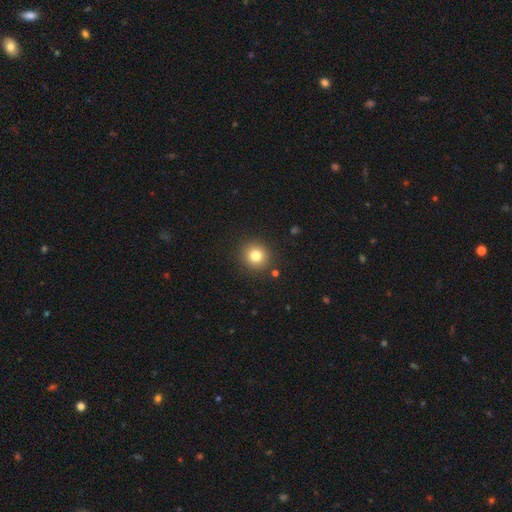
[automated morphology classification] Smooth or featured?
  - smooth: 81% *
  - star or artifact: 12%
  - featured or disk: 8%
How rounded?
  - round: 91% *
  - in between: 8%
  - cigar-shaped: 1%
Merging?
  - none: 89% *
  - minor disturbance: 6%
  - major disturbance: 2%
  - merger: 2%